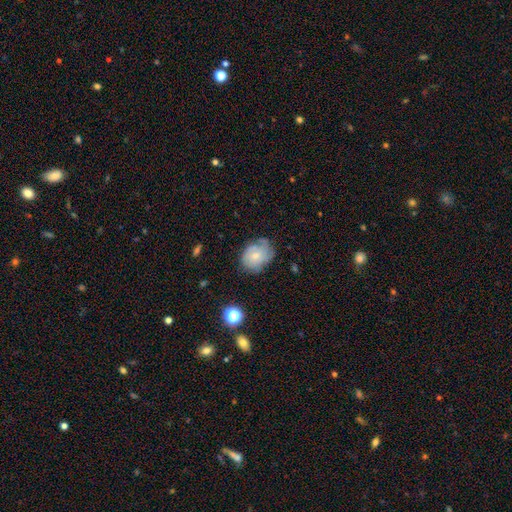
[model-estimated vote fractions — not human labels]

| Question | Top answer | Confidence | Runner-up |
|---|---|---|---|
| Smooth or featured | smooth | 49% | featured or disk (41%) |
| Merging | none | 56% | minor disturbance (30%) |